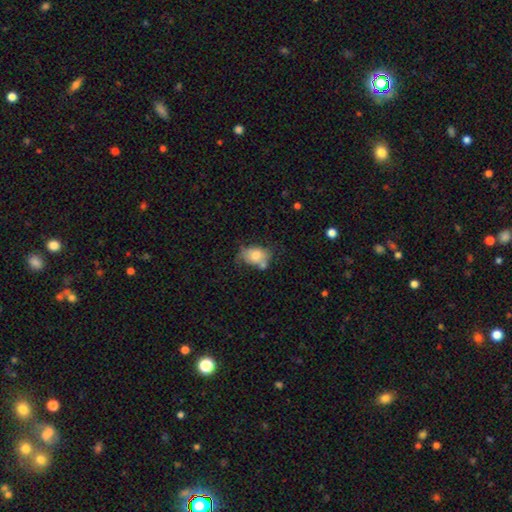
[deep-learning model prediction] Smooth or featured: smooth — 71% (featured or disk — 21%)
How rounded: in between — 76% (round — 23%)
Merging: none — 38% (minor disturbance — 30%)